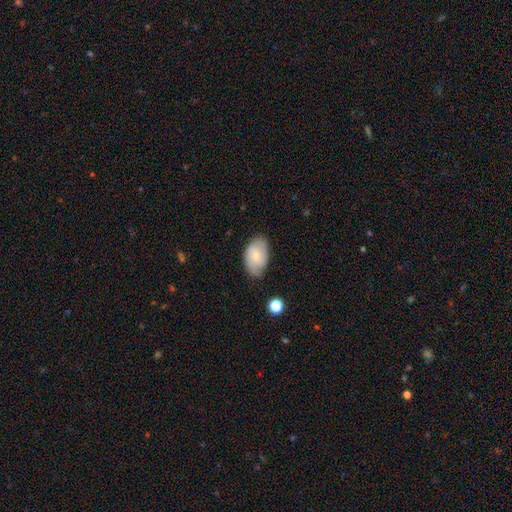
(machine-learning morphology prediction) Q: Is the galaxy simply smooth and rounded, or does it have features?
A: smooth — 59%.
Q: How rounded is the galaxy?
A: in between — 90%.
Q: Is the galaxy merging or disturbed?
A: none — 72%.